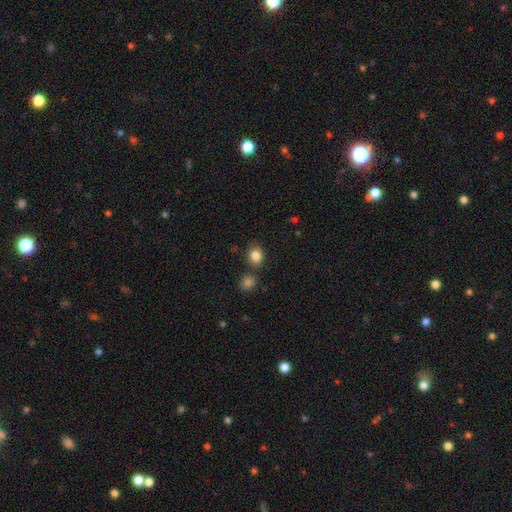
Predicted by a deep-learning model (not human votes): Smooth or featured? Predicted: smooth (p=0.85). How rounded? Predicted: round (p=0.50). Merging? Predicted: none (p=0.73).